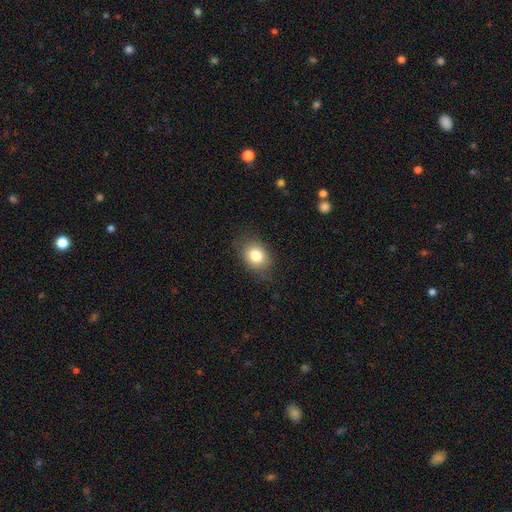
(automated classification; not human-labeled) The model was most divided on "how rounded": in between: 63%, round: 36%, cigar-shaped: 1%. More confident: smooth or featured — smooth (82%); merging — none (80%).